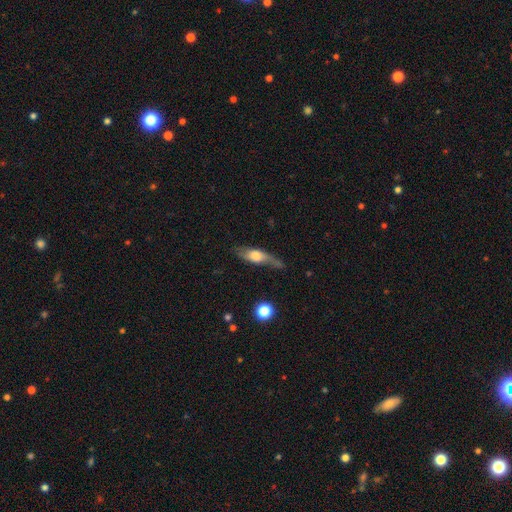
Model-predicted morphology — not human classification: This appears to be a featured or disk galaxy (51%) viewed edge-on (58%). Merging: none (51%).